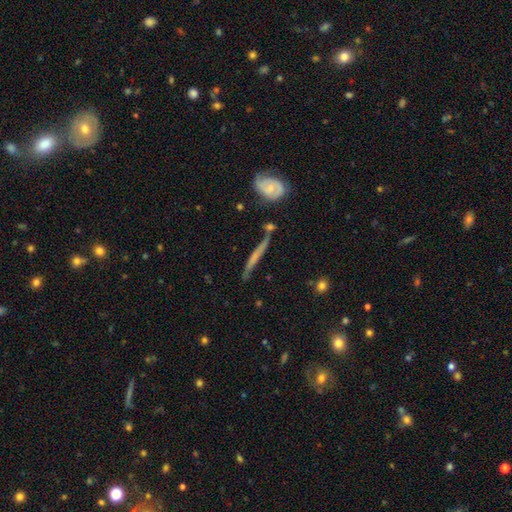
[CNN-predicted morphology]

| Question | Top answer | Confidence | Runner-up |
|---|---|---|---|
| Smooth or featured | featured or disk | 62% | smooth (30%) |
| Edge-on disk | yes | 87% | no (13%) |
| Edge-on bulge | none | 67% | rounded (23%) |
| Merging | none | 75% | minor disturbance (15%) |